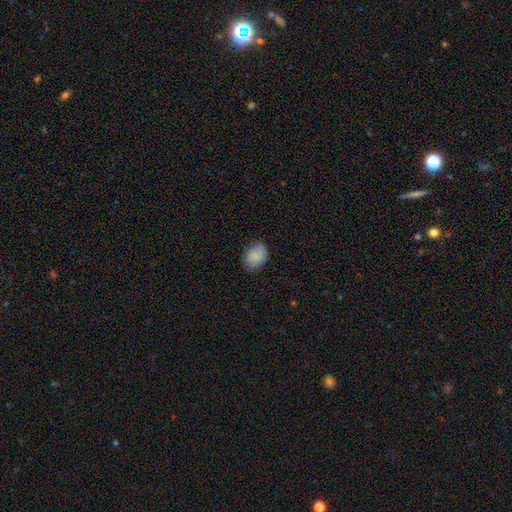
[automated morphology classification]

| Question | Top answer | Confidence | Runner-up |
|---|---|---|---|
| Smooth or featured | smooth | 87% | star or artifact (7%) |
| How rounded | in between | 70% | round (29%) |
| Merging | none | 79% | minor disturbance (17%) |